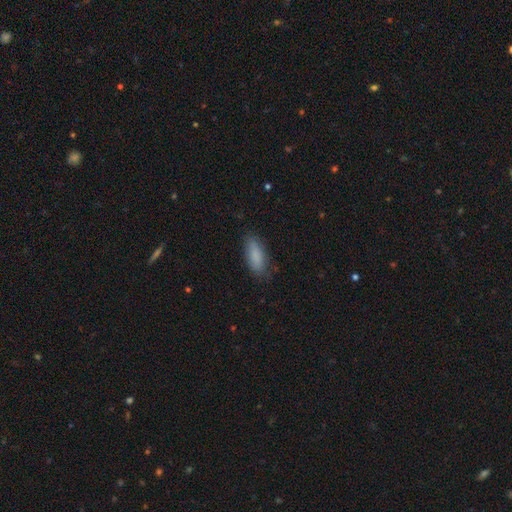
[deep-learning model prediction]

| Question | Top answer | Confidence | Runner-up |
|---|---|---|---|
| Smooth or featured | smooth | 86% | featured or disk (7%) |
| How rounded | in between | 67% | cigar-shaped (32%) |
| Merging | none | 80% | minor disturbance (15%) |